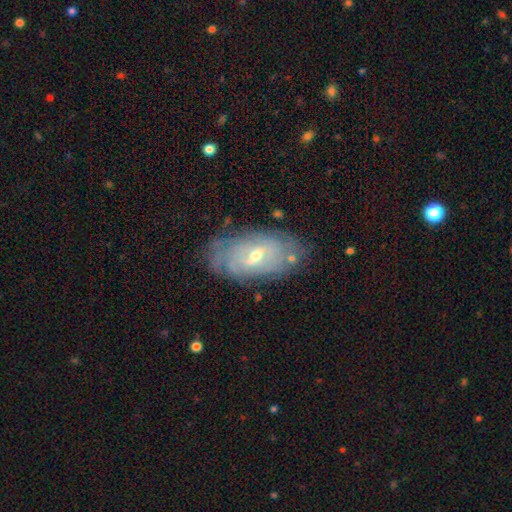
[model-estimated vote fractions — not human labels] A featured or disk galaxy (73%) with a weak bar (55%), tight (69%) spiral arms (78%) and a moderate central bulge (49%).

Vote fractions:
- Smooth or featured? featured or disk: 73% / smooth: 20% / star or artifact: 7%
- Edge-on disk? no: 91% / yes: 9%
- Bar? weak: 55% / no: 30% / strong: 15%
- Spiral arms? yes: 78% / no: 22%
- Spiral winding? tight: 69% / medium: 23% / loose: 8%
- Spiral arm count? can't tell: 62% / 2: 16% / 3: 8% / 4: 7% / more than 4: 4% / 1: 4%
- Bulge size? moderate: 49% / small: 47% / large: 2% / none: 1% / dominant: 1%
- Merging? none: 70% / minor disturbance: 21% / major disturbance: 7% / merger: 3%